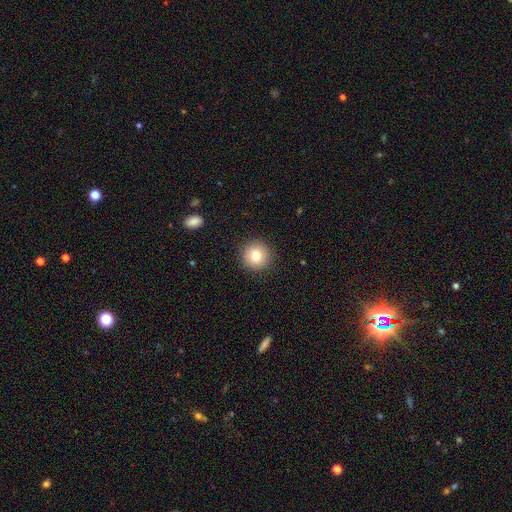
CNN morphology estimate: type=smooth (80%); roundness=round (95%); merging=none (92%).